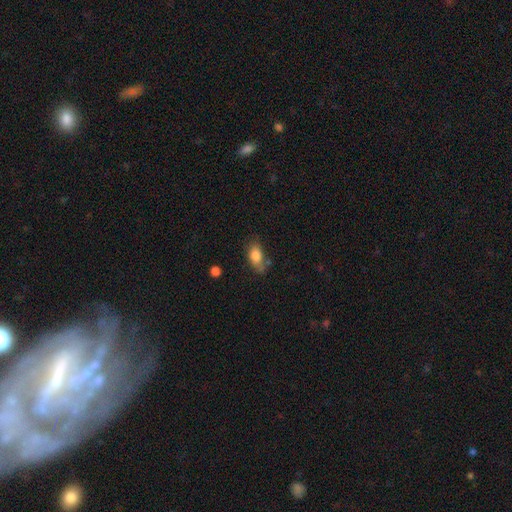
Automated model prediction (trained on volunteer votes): The model was most divided on "merging": none: 59%, minor disturbance: 26%, merger: 8%, major disturbance: 7%. More confident: how rounded — in between (87%); smooth or featured — smooth (81%).